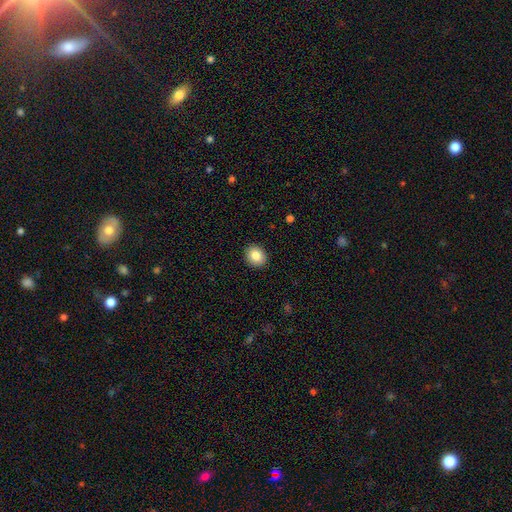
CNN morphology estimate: Q: Smooth or featured?
A: smooth (85%); runner-up: star or artifact (9%)
Q: How rounded?
A: round (68%); runner-up: in between (31%)
Q: Merging?
A: none (91%); runner-up: minor disturbance (6%)